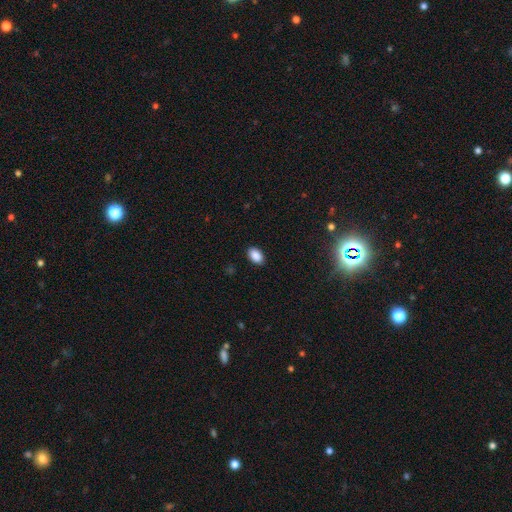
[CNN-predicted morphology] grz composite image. It shows a smooth galaxy with no disk features (89%) that is in between round and cigar-shaped (90%). Merging: none (89%).